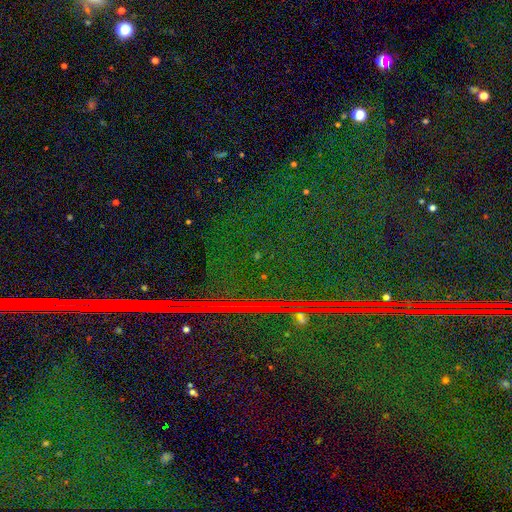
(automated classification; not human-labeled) smooth-or-featured: star or artifact: 85% | featured or disk: 8% | smooth: 7%